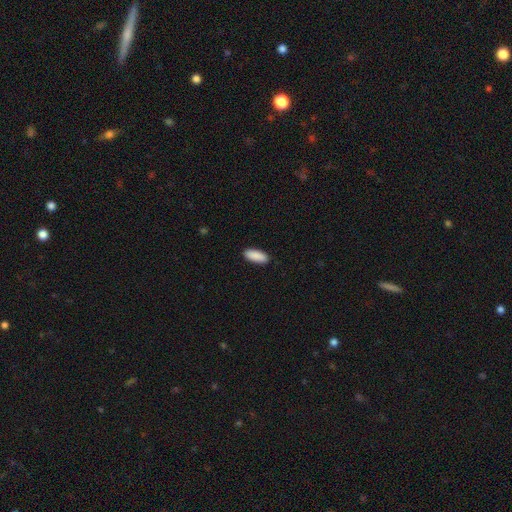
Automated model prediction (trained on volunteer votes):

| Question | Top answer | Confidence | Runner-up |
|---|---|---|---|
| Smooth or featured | smooth | 91% | star or artifact (6%) |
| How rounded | in between | 79% | cigar-shaped (20%) |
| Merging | none | 90% | minor disturbance (7%) |